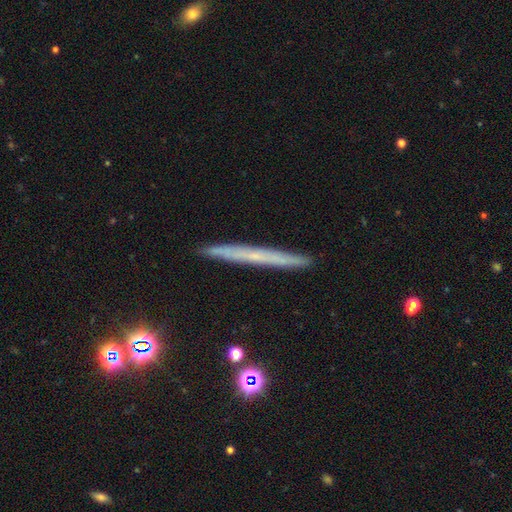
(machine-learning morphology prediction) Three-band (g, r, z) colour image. It shows a featured or disk galaxy (52%) viewed edge-on (96%). Merging: none (90%).